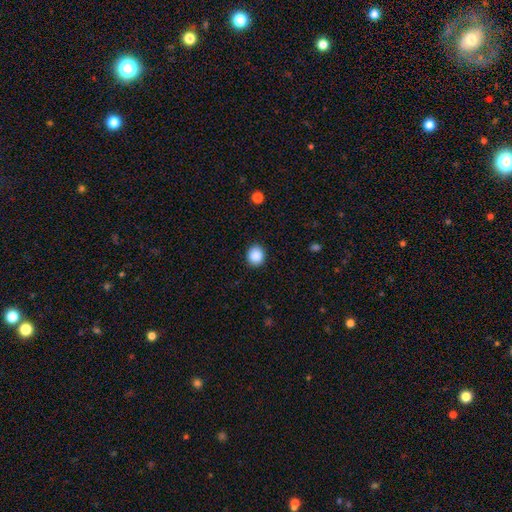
Smooth or featured: smooth — 87% (star or artifact — 10%)
How rounded: round — 76% (in between — 24%)
Merging: none — 91% (minor disturbance — 6%)